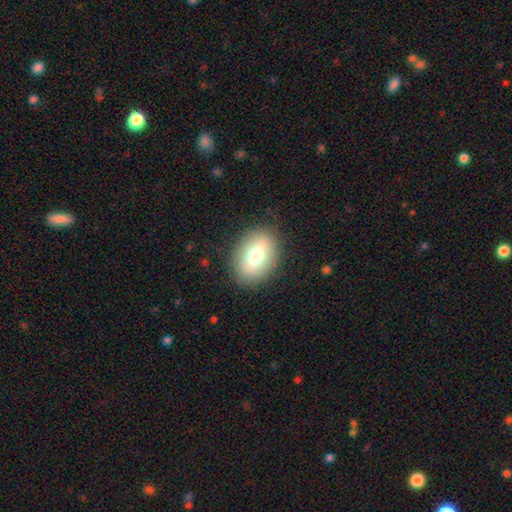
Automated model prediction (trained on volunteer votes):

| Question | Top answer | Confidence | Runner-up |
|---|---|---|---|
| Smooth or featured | smooth | 70% | featured or disk (21%) |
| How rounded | in between | 76% | round (22%) |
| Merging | none | 85% | minor disturbance (10%) |